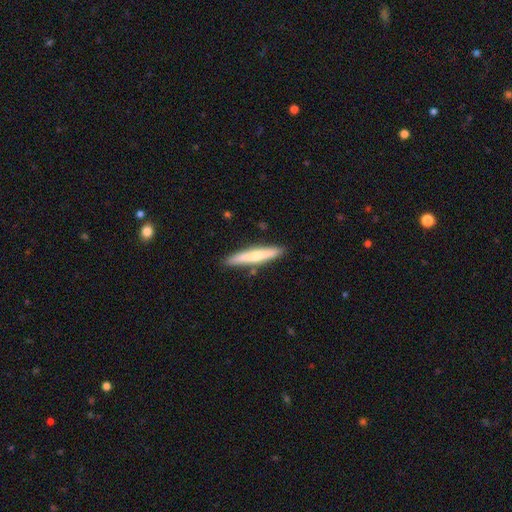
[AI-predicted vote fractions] Smooth or featured: smooth — 60% (featured or disk — 35%)
How rounded: cigar-shaped — 91% (in between — 8%)
Merging: none — 86% (minor disturbance — 10%)